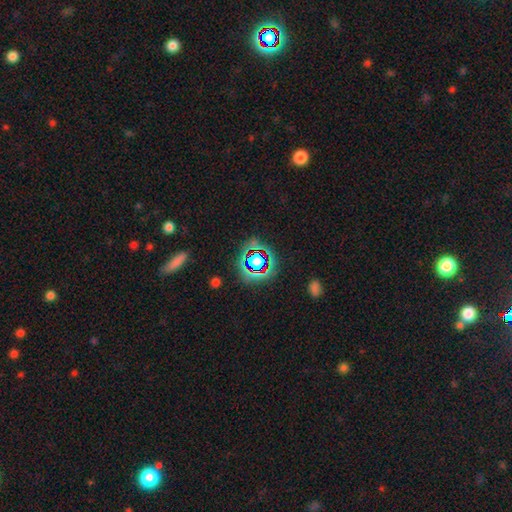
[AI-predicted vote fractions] Q: Smooth or featured?
A: star or artifact (69%); runner-up: smooth (18%)